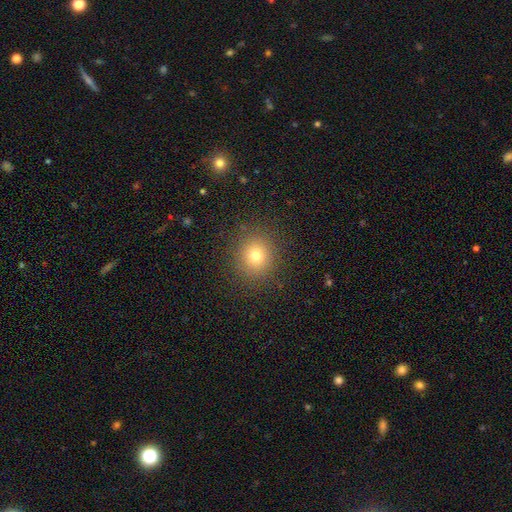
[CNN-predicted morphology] This appears to be a smooth galaxy with no disk features (74%) that is round (90%). Merging: none (89%).